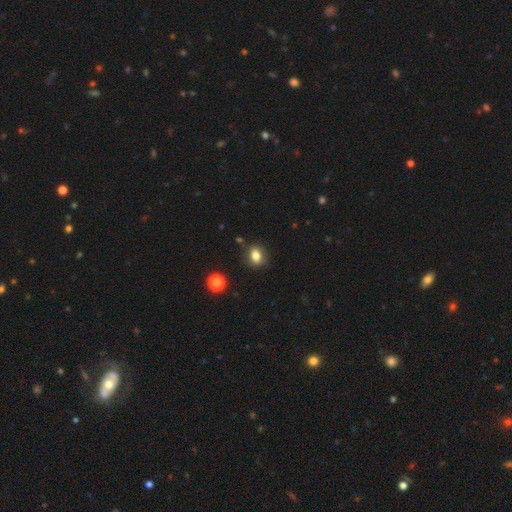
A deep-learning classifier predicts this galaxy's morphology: Smooth or featured? smooth (82%)
How rounded? in between (56%)
Merging? none (83%)